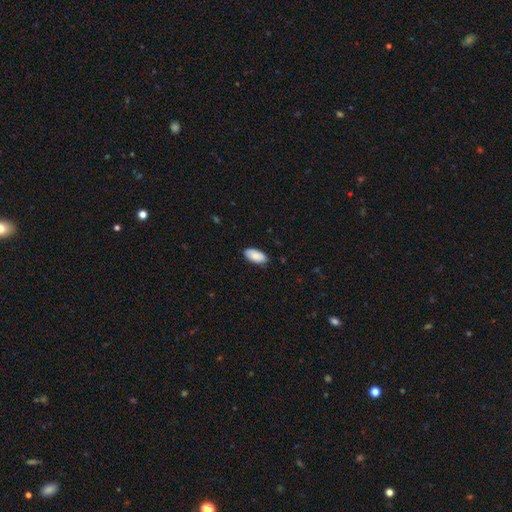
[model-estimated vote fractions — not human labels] The model was most divided on "merging": none: 82%, minor disturbance: 15%, major disturbance: 2%, merger: 1%. More confident: how rounded — in between (94%); smooth or featured — smooth (84%).